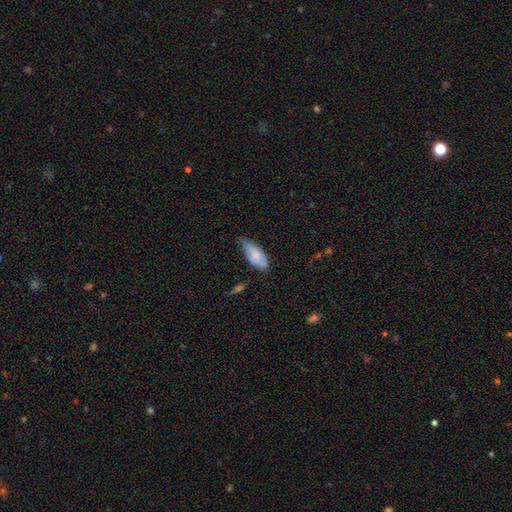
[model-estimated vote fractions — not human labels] The model was most divided on "merging": minor disturbance: 47%, none: 39%, major disturbance: 11%, merger: 3%. More confident: how rounded — in between (88%); smooth or featured — smooth (73%).